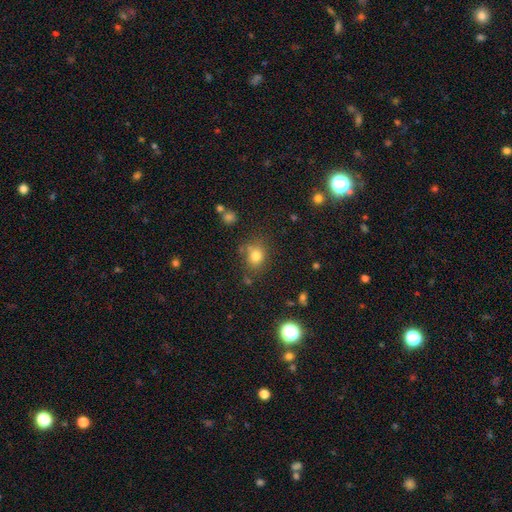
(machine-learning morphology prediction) smooth 77%, star or artifact 15%, featured or disk 8%. Down the decision tree: how rounded — round (64%); merging — none (71%).